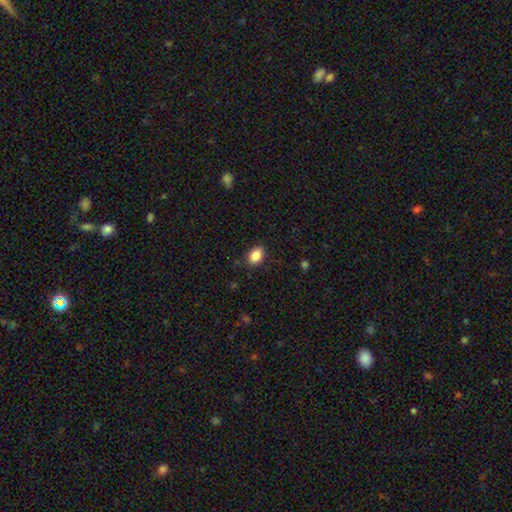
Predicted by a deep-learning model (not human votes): Smooth or featured: smooth — 88% (star or artifact — 8%)
How rounded: in between — 83% (round — 16%)
Merging: none — 85% (minor disturbance — 11%)